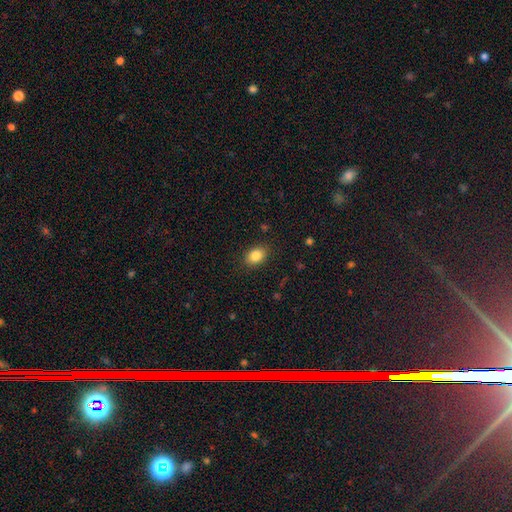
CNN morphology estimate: The model was most divided on "how rounded": in between: 74%, round: 25%, cigar-shaped: 1%. More confident: merging — none (87%); smooth or featured — smooth (85%).